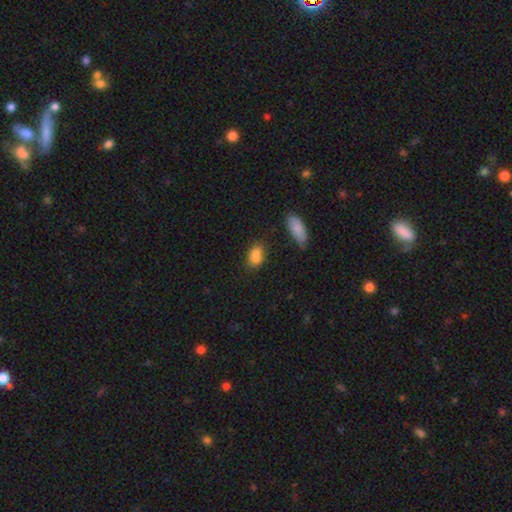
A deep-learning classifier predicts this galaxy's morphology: smooth_or_featured: smooth (p=0.80) [alt: star or artifact p=0.11]
how_rounded: in between (p=0.82) [alt: round p=0.14]
merging: none (p=0.55) [alt: merger p=0.20]